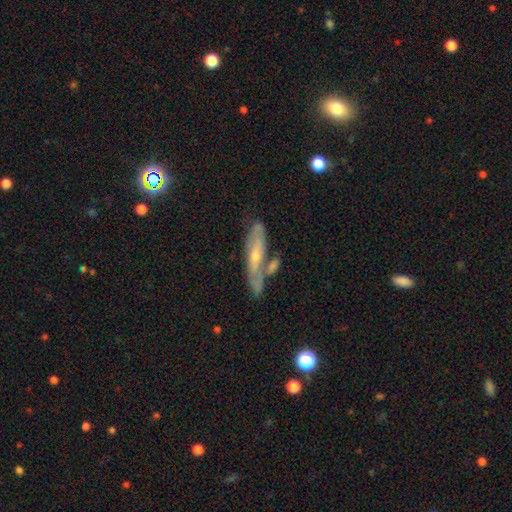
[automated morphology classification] Overall: featured or disk (63%; smooth 27%). Edge-on disk: yes (55%; no 45%). Merging: none (55%; minor disturbance 20%).